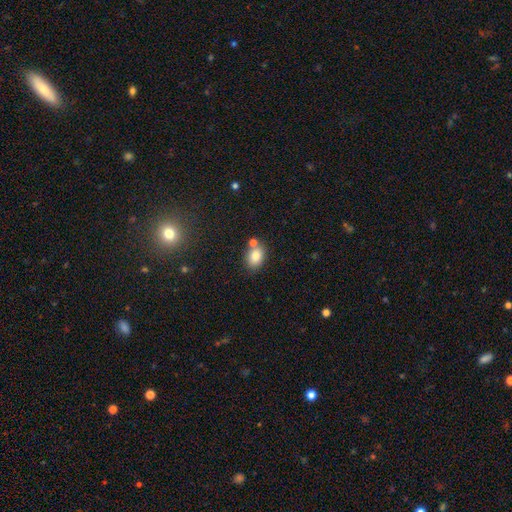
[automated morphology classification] smooth 81%, featured or disk 10%, star or artifact 10%. Down the decision tree: how rounded — in between (73%); merging — none (66%).